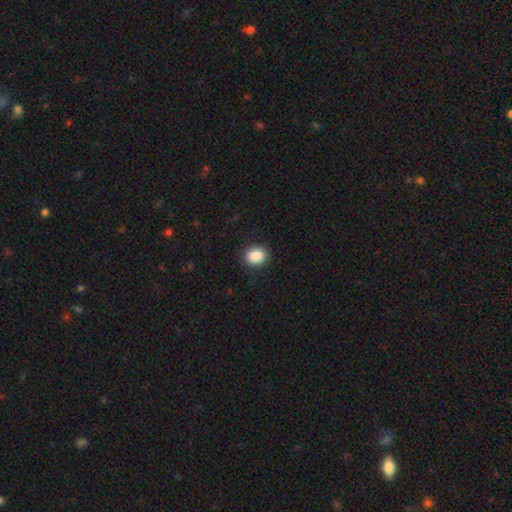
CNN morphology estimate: This is clearly a smooth galaxy (88%). How rounded: possibly round (57%). Merging: clearly none (88%).